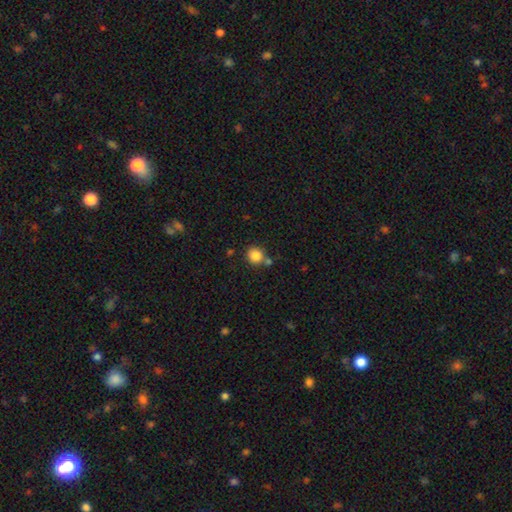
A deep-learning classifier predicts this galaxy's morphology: Smooth or featured? Predicted: smooth (p=0.84). How rounded? Predicted: round (p=0.88). Merging? Predicted: none (p=0.71).